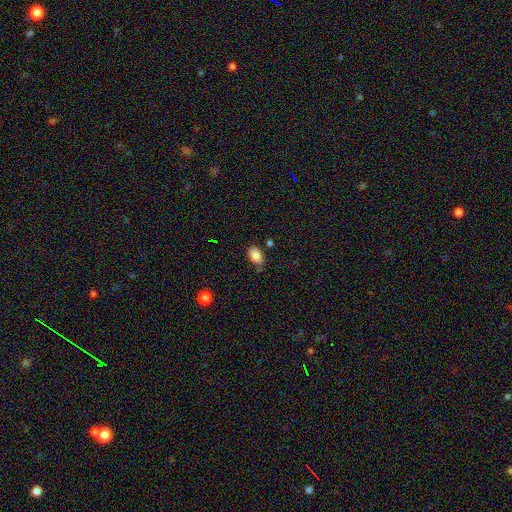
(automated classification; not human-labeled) smooth-or-featured: smooth: 86% | star or artifact: 9% | featured or disk: 6%
  how-rounded: in between: 87% | round: 12% | cigar-shaped: 1%
  merging: none: 64% | minor disturbance: 25% | merger: 6% | major disturbance: 5%